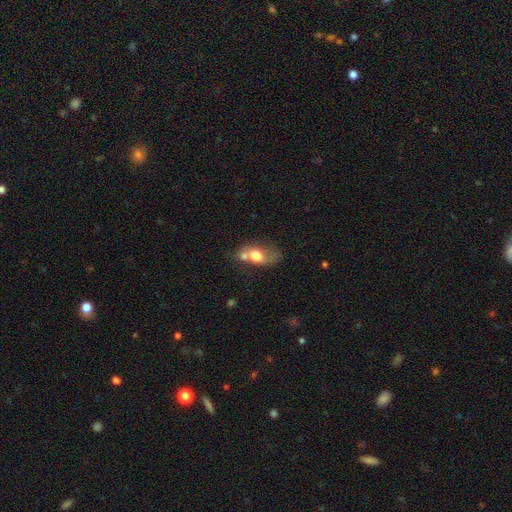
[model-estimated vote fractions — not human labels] smooth 66%, featured or disk 25%, star or artifact 8%. Down the decision tree: how rounded — in between (76%); merging — merger (47%).